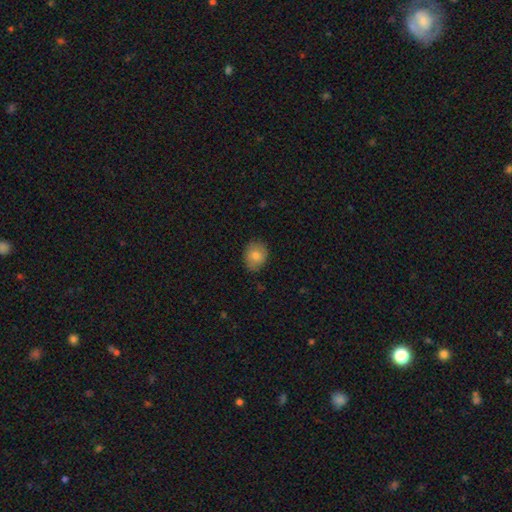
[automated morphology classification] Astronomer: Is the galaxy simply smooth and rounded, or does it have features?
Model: smooth — 81%.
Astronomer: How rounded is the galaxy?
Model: round — 51% (runner-up: in between, 48%).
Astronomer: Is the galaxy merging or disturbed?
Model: none — 82%.